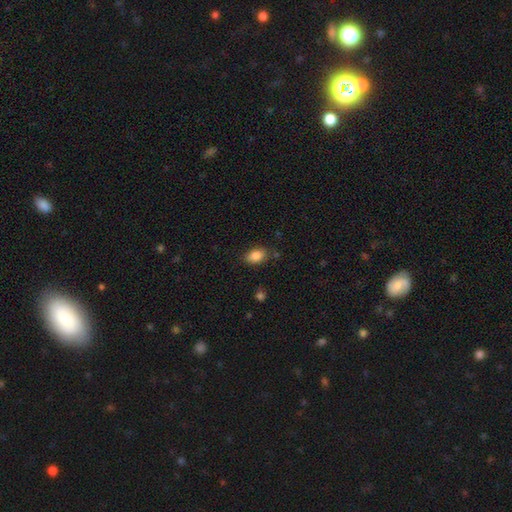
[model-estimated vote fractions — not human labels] smooth-or-featured: smooth: 87% | star or artifact: 8% | featured or disk: 5%
  how-rounded: in between: 85% | round: 13% | cigar-shaped: 2%
  merging: none: 79% | minor disturbance: 15% | major disturbance: 4% | merger: 3%